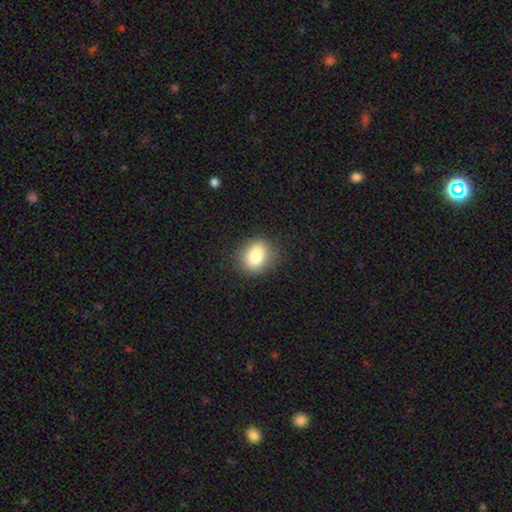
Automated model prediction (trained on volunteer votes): A smooth galaxy with no disk features (81%) that is round (59%).

Vote fractions:
- Smooth or featured? smooth: 81% / star or artifact: 10% / featured or disk: 9%
- How rounded? round: 59% / in between: 40% / cigar-shaped: 1%
- Merging? none: 87% / minor disturbance: 9% / major disturbance: 3% / merger: 1%